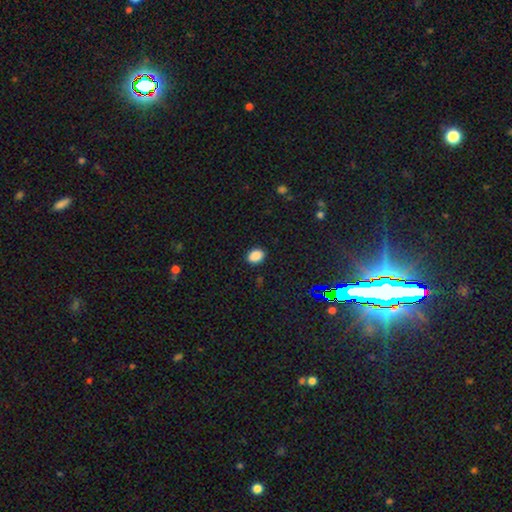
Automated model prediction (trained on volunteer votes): Overall: smooth (86%). How rounded: in between (68%; round 31%). Merging: none (88%).